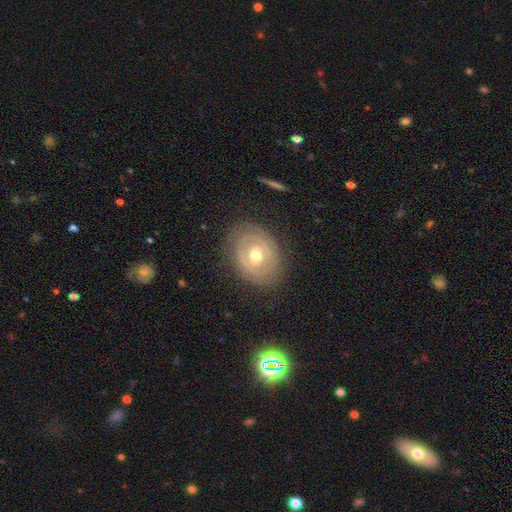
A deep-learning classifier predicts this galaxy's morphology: Smooth or featured: featured or disk — 67% (smooth — 27%)
Edge-on disk: no — 95% (yes — 5%)
Bar: no — 62% (weak — 27%)
Spiral arms: no — 57% (yes — 43%)
Bulge size: moderate — 73% (small — 20%)
Merging: none — 79% (minor disturbance — 14%)